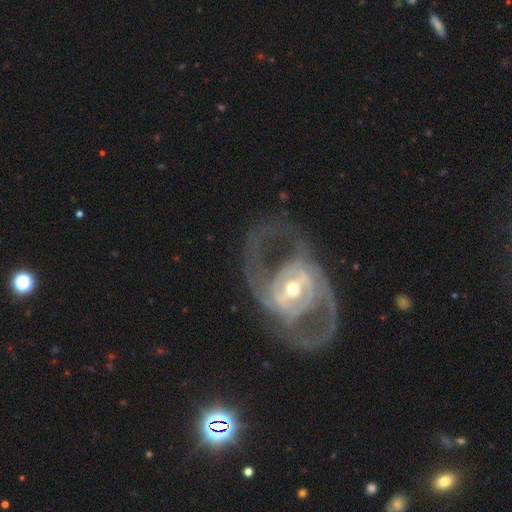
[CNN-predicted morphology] Smooth or featured: featured or disk — 88% (smooth — 6%)
Edge-on disk: no — 96% (yes — 4%)
Bar: strong — 37% (weak — 35%)
Spiral arms: yes — 91% (no — 9%)
Spiral winding: medium — 52% (tight — 30%)
Spiral arm count: 2 — 81% (can't tell — 8%)
Bulge size: small — 54% (moderate — 40%)
Merging: none — 70% (minor disturbance — 14%)